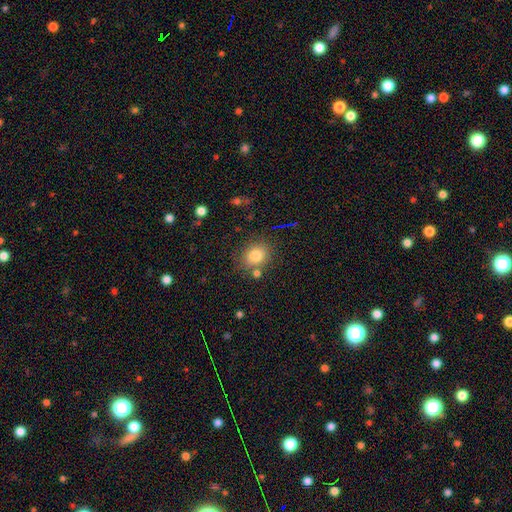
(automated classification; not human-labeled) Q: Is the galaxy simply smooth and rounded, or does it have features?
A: smooth — 81%.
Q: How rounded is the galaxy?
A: round — 59%.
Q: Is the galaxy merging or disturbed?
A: none — 76%.